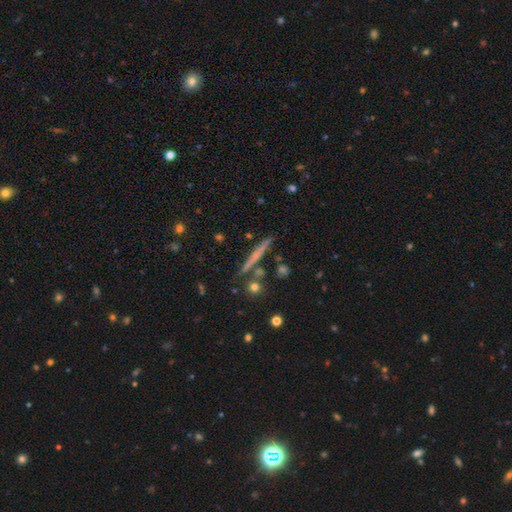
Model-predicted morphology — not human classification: Q: Smooth or featured?
A: smooth (46%); tied with: featured or disk (46%)
Q: Merging?
A: none (86%); runner-up: minor disturbance (8%)